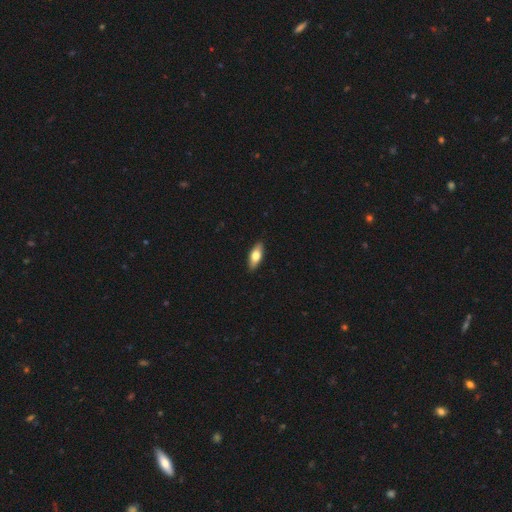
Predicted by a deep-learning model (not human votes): A smooth galaxy with no disk features (69%) that is in between round and cigar-shaped (74%).

Vote fractions:
- Smooth or featured? smooth: 69% / featured or disk: 25% / star or artifact: 6%
- How rounded? in between: 74% / cigar-shaped: 23% / round: 3%
- Merging? none: 90% / minor disturbance: 7% / major disturbance: 1% / merger: 1%